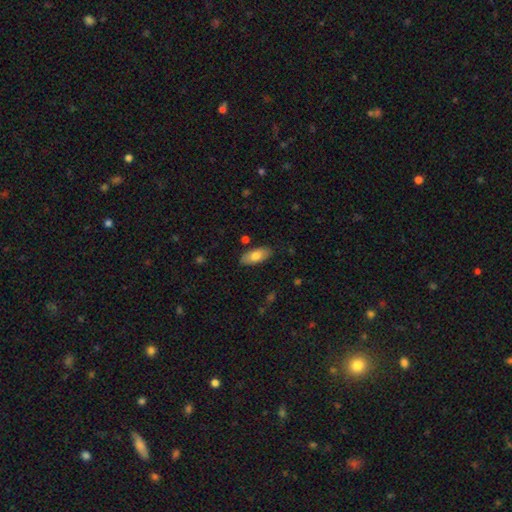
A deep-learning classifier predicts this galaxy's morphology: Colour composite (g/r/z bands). It shows a smooth galaxy with no disk features (76%) that is in between round and cigar-shaped (87%). Merging: none (85%).